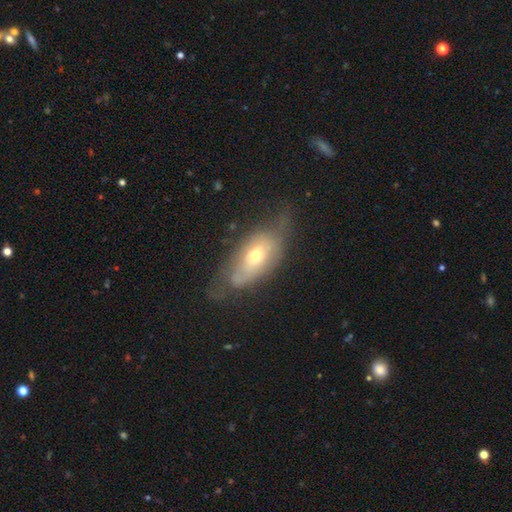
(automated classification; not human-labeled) Smooth or featured? Predicted: featured or disk (p=0.53). Edge-on disk? Predicted: no (p=0.77). Merging? Predicted: none (p=0.48).